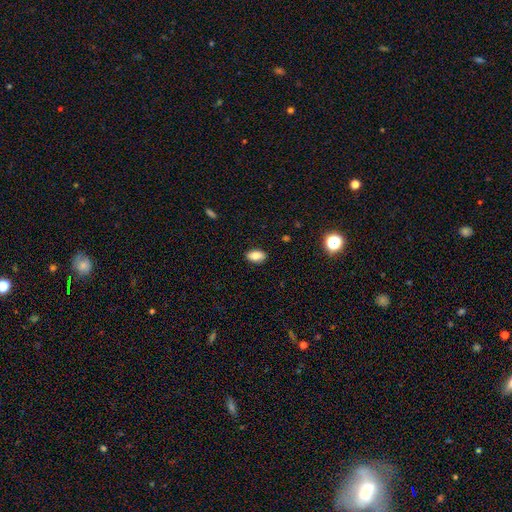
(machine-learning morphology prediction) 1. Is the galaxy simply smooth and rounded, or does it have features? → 84% smooth, 8% star or artifact, 8% featured or disk.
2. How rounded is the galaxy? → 91% in between, 6% round, 2% cigar-shaped.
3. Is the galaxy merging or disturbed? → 88% none, 9% minor disturbance, 2% major disturbance, 1% merger.